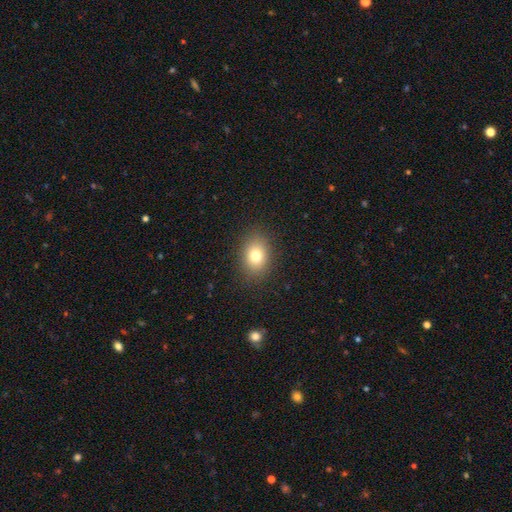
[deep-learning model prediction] This appears to be a smooth galaxy with no disk features (77%) that is in between round and cigar-shaped (65%). Merging: none (87%).